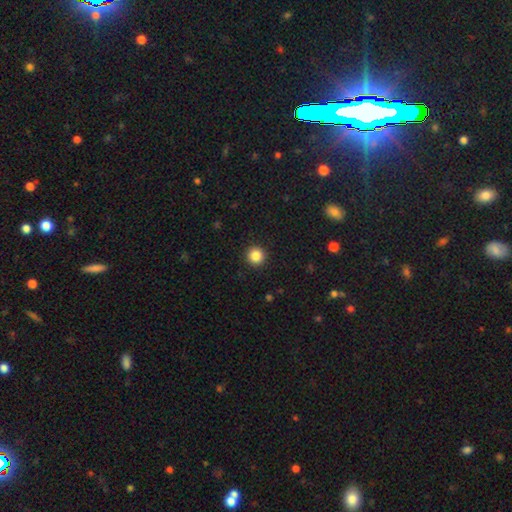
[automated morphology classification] Smooth or featured?
  - smooth: 85% *
  - star or artifact: 11%
  - featured or disk: 4%
How rounded?
  - round: 95% *
  - in between: 4%
  - cigar-shaped: 1%
Merging?
  - none: 93% *
  - minor disturbance: 5%
  - major disturbance: 2%
  - merger: 1%